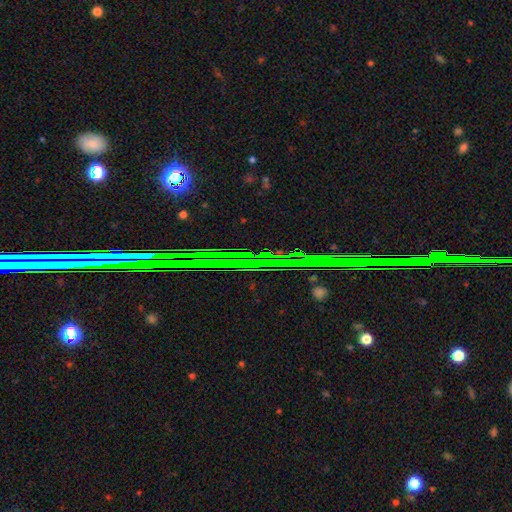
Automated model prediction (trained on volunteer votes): Smooth or featured: star or artifact — 76% (featured or disk — 14%)